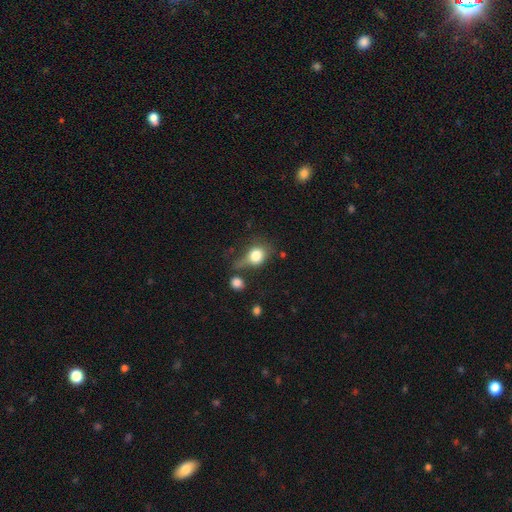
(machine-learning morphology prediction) This appears to be a smooth galaxy with no disk features (76%) that is round (54%). Merging: none (37%).